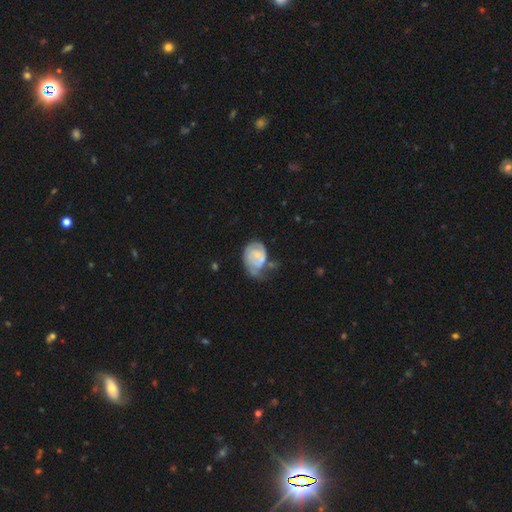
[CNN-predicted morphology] Q: Smooth or featured?
A: featured or disk (67%); runner-up: smooth (27%)
Q: Edge-on disk?
A: no (98%); runner-up: yes (2%)
Q: Bar?
A: no (65%); runner-up: weak (30%)
Q: Spiral arms?
A: yes (82%); runner-up: no (18%)
Q: Spiral winding?
A: tight (56%); runner-up: medium (31%)
Q: Spiral arm count?
A: 2 (44%); runner-up: can't tell (28%)
Q: Bulge size?
A: small (58%); runner-up: moderate (27%)
Q: Merging?
A: minor disturbance (33%); runner-up: none (29%)